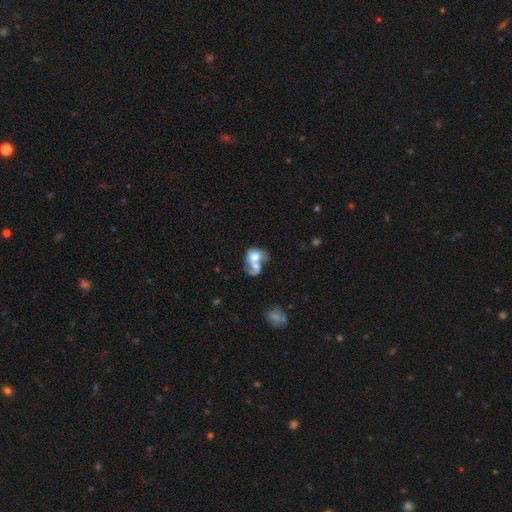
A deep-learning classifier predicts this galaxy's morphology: The model was most divided on "smooth or featured": smooth: 47%, featured or disk: 44%, star or artifact: 9%. More confident: merging — merger (71%).